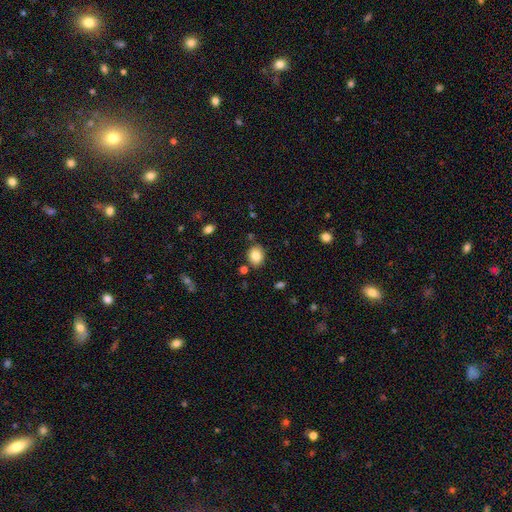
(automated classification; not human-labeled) smooth_or_featured: smooth (p=0.84) [alt: star or artifact p=0.09]
how_rounded: round (p=0.58) [alt: in between p=0.41]
merging: none (p=0.81) [alt: minor disturbance p=0.11]